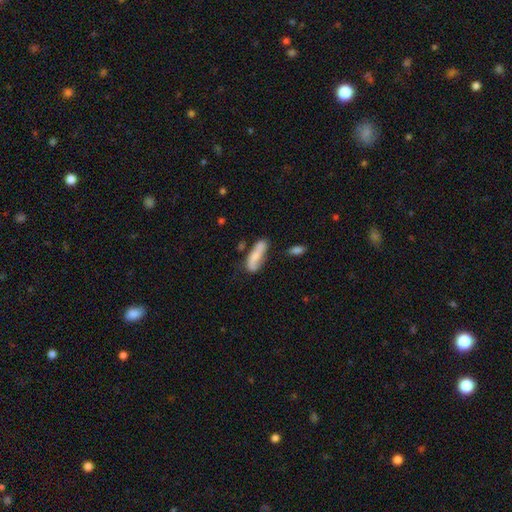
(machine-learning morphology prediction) The model was most divided on "how rounded": cigar-shaped: 51%, in between: 47%, round: 2%. More confident: smooth or featured — smooth (63%); merging — none (57%).